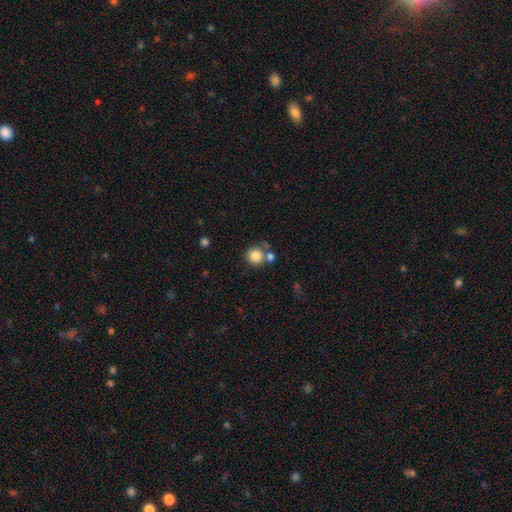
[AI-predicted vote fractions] smooth-or-featured: smooth: 83% | star or artifact: 10% | featured or disk: 7%
  how-rounded: round: 90% | in between: 9% | cigar-shaped: 1%
  merging: none: 61% | merger: 24% | minor disturbance: 11% | major disturbance: 4%